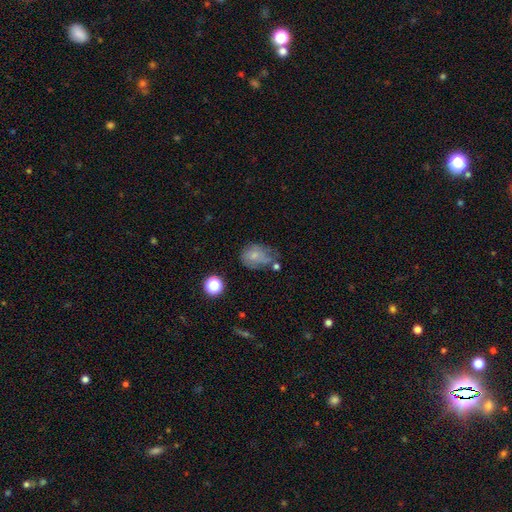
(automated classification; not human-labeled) A smooth galaxy with no disk features (67%) that is in between round and cigar-shaped (58%). Merging: none (38%).